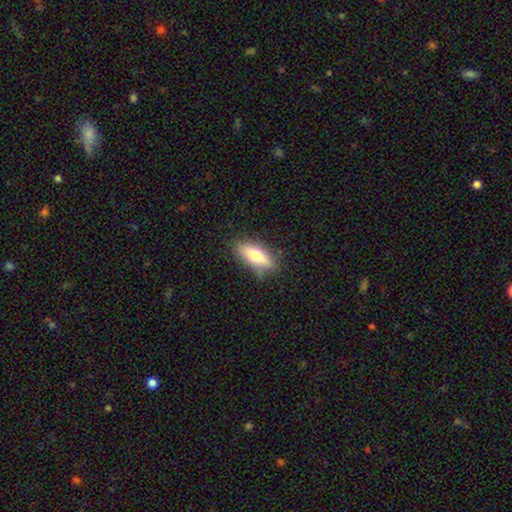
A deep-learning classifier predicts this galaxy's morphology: This is likely a smooth galaxy (65%). How rounded: likely in between (72%). Merging: likely none (76%).